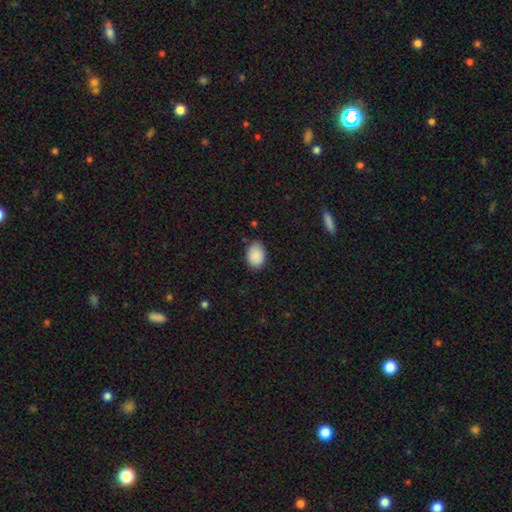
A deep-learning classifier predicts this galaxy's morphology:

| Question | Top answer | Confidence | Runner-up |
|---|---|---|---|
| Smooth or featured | smooth | 89% | star or artifact (7%) |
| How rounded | in between | 76% | round (23%) |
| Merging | none | 78% | minor disturbance (18%) |